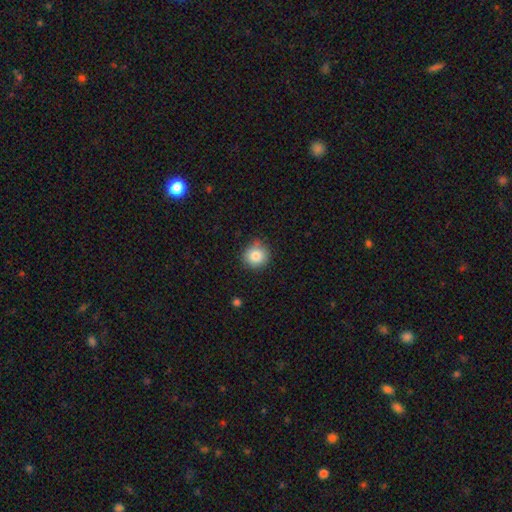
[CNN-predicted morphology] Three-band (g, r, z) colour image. It shows a smooth galaxy with no disk features (84%) that is round (92%). Merging: none (83%).